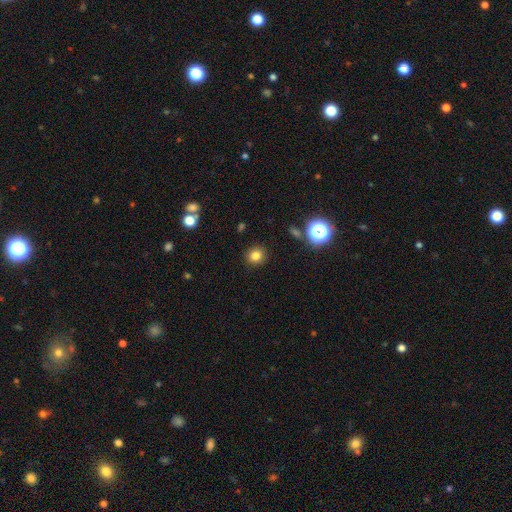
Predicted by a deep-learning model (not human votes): smooth 80%, star or artifact 14%, featured or disk 6%. Down the decision tree: how rounded — round (87%); merging — none (90%).